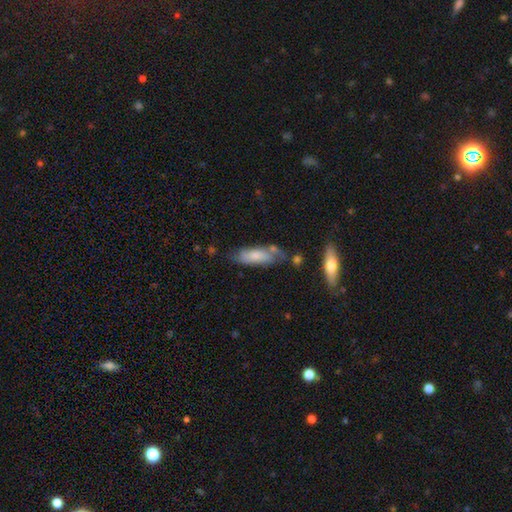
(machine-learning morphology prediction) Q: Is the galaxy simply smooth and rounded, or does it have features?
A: smooth — 63%.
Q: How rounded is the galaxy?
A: in between — 60%.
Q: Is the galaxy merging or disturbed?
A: none — 55%.